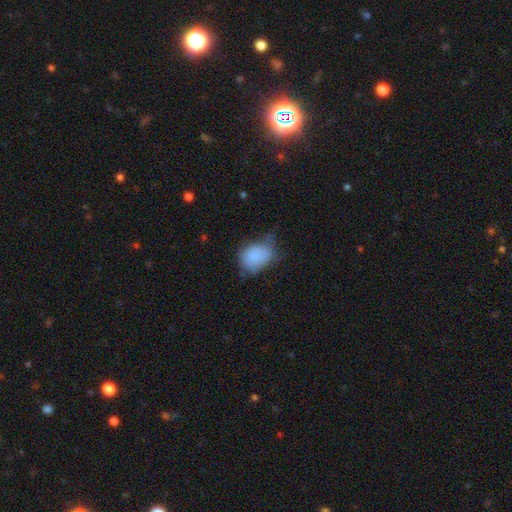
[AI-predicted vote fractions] Overall: smooth (78%). How rounded: in between (70%). Merging: minor disturbance (44%; none 32%).